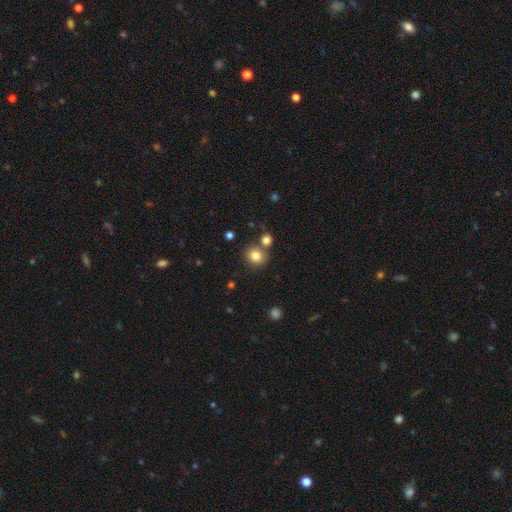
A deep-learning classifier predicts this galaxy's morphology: Overall: smooth (81%). How rounded: round (86%). Merging: none (70%).